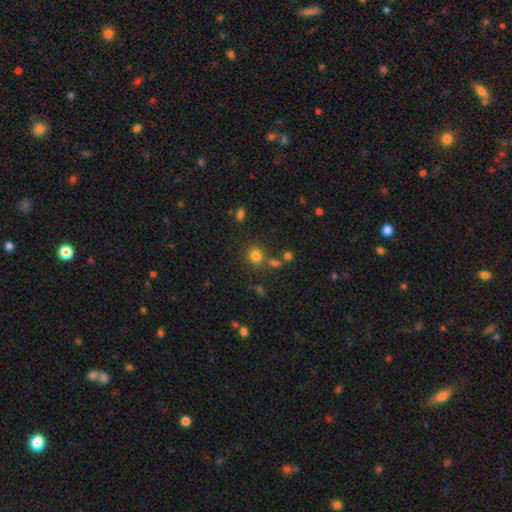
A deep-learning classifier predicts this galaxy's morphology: A smooth galaxy with no disk features (79%) that is round (79%). Merging: none (73%).